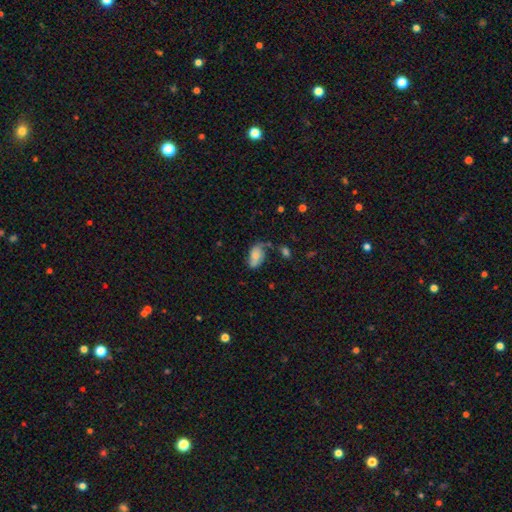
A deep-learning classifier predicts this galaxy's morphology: This appears to be a smooth galaxy with no disk features (61%) that is in between round and cigar-shaped (92%). Merging: none (48%).